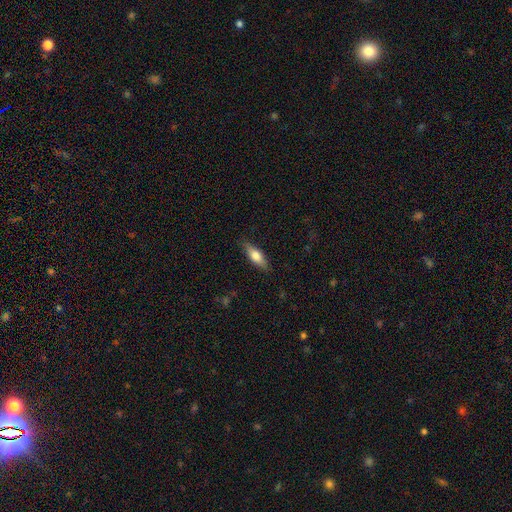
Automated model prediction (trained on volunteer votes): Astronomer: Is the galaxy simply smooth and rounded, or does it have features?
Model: smooth — 68%.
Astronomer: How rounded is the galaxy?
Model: in between — 57% (runner-up: cigar-shaped, 41%).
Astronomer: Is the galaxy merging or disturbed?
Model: none — 85%.